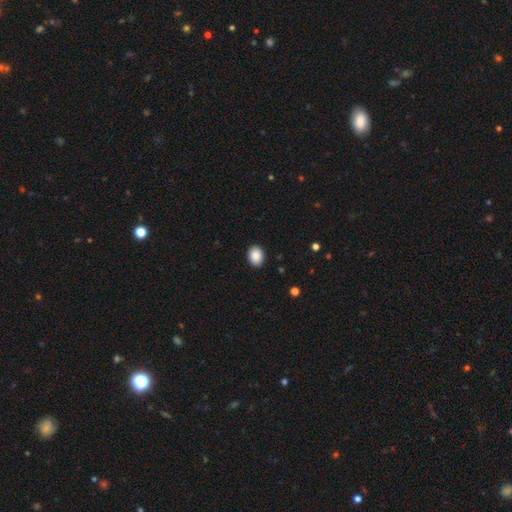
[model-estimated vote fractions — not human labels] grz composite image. It shows a smooth galaxy with no disk features (89%) that is in between round and cigar-shaped (60%). Merging: none (90%).